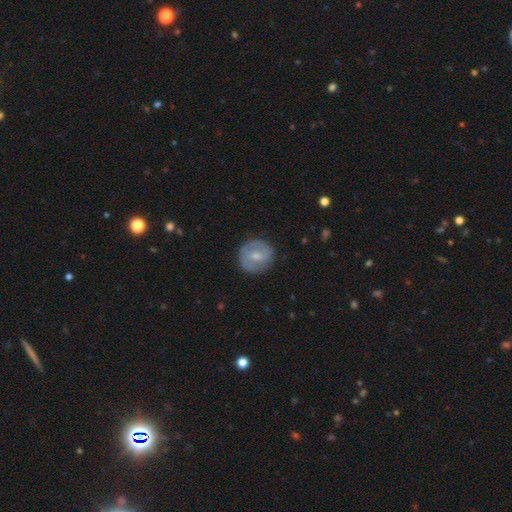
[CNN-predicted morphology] Smooth or featured? featured or disk (47%)
Merging? none (84%)